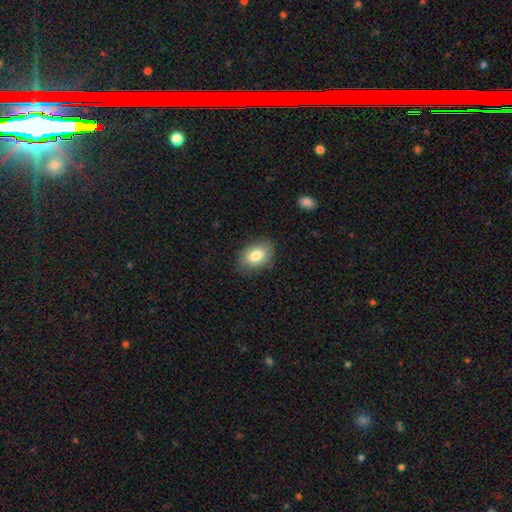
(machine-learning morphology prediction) Smooth or featured? smooth (81%)
How rounded? in between (86%)
Merging? none (82%)